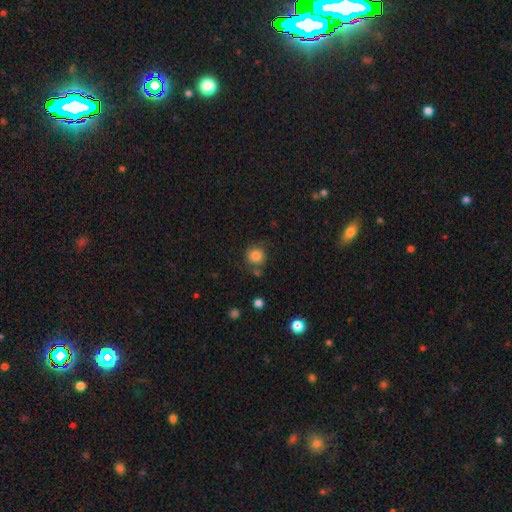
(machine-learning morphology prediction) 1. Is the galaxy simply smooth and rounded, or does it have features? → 83% smooth, 11% star or artifact, 7% featured or disk.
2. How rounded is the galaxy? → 91% round, 8% in between, 1% cigar-shaped.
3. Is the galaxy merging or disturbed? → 73% none, 14% minor disturbance, 9% merger, 5% major disturbance.